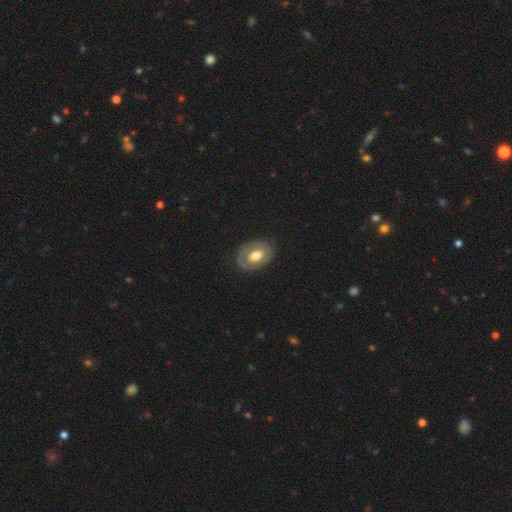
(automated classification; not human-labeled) Morphology: type=featured or disk (56%); edge-on=no (94%); bar=no (64%); spiral arms=no (67%); bulge=moderate (60%); merging=none (78%).